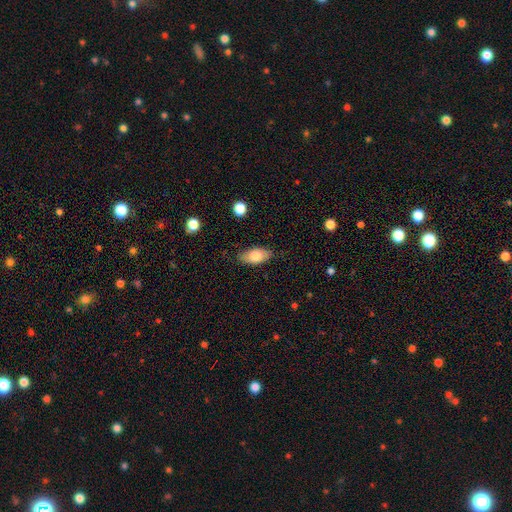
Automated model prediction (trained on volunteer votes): The model was most divided on "smooth or featured": smooth: 77%, featured or disk: 16%, star or artifact: 7%. More confident: how rounded — in between (90%); merging — none (83%).